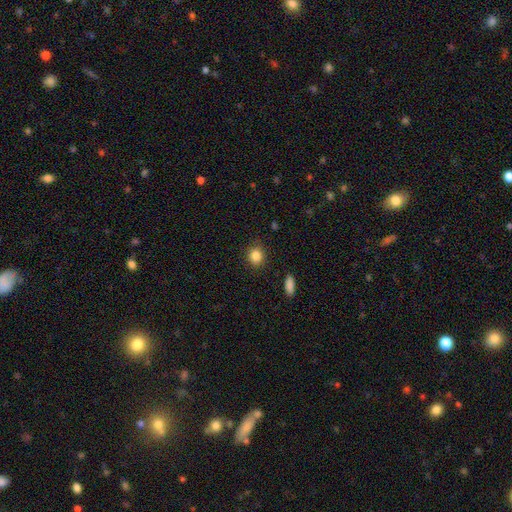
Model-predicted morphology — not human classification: Smooth or featured: smooth — 85% (star or artifact — 10%)
How rounded: round — 74% (in between — 24%)
Merging: none — 88% (minor disturbance — 9%)